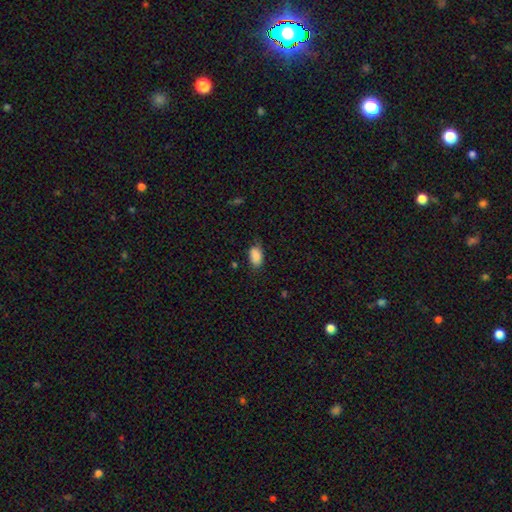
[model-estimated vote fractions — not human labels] Smooth or featured? Predicted: smooth (p=0.88). How rounded? Predicted: in between (p=0.92). Merging? Predicted: none (p=0.70).